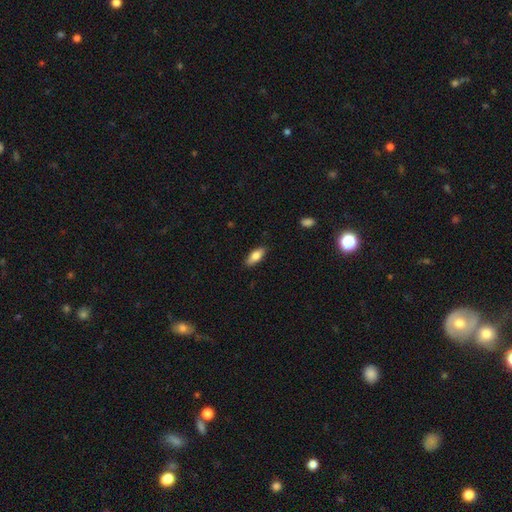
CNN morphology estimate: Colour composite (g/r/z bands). It shows a smooth galaxy with no disk features (78%) that is in between round and cigar-shaped (77%). Merging: none (86%).